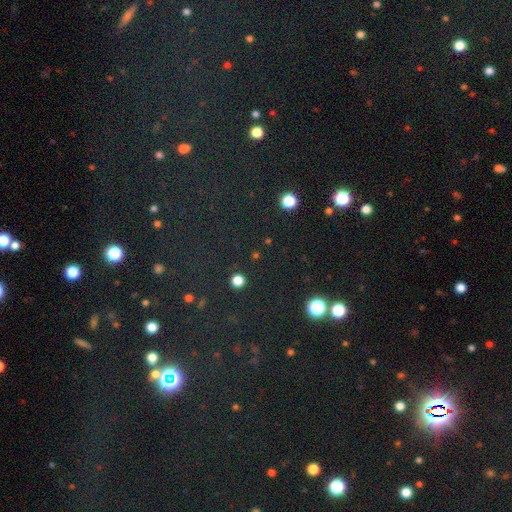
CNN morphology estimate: type=star or artifact (53%).